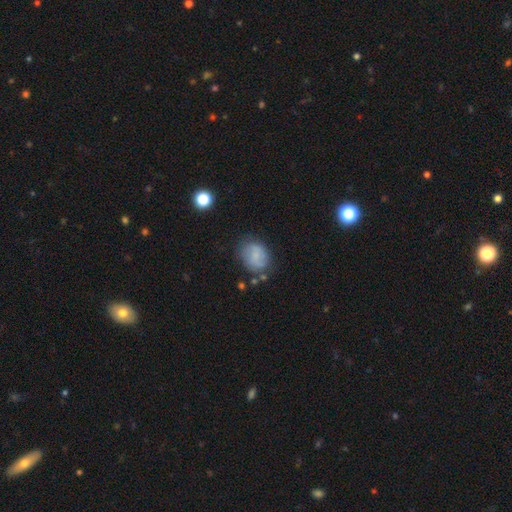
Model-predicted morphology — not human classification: Q: Smooth or featured?
A: smooth (70%); runner-up: featured or disk (21%)
Q: How rounded?
A: round (51%); runner-up: in between (48%)
Q: Merging?
A: none (63%); runner-up: minor disturbance (23%)